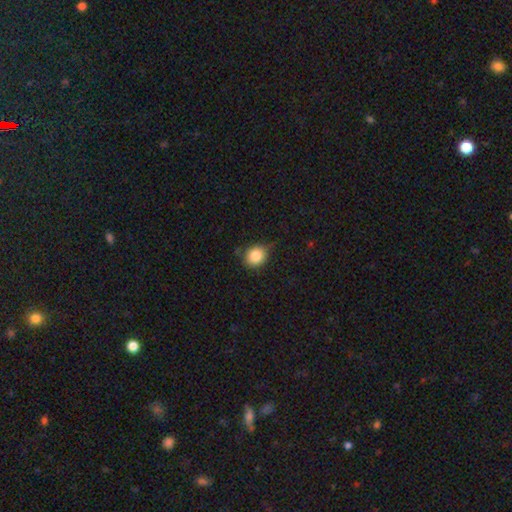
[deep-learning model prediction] Smooth or featured? Predicted: smooth (p=0.84). How rounded? Predicted: round (p=0.72). Merging? Predicted: none (p=0.73).